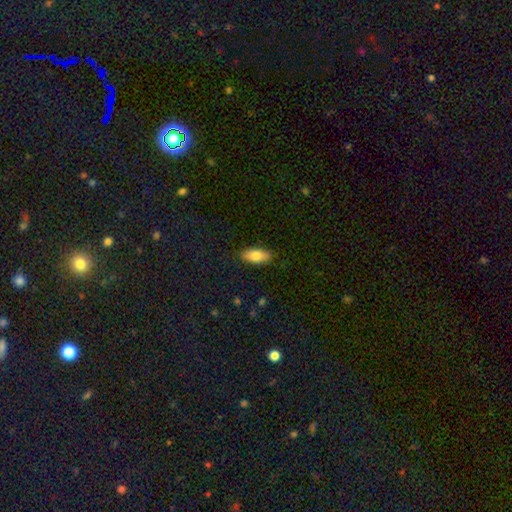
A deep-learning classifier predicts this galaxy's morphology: This is clearly a smooth galaxy (82%). How rounded: clearly in between (84%). Merging: clearly none (87%).